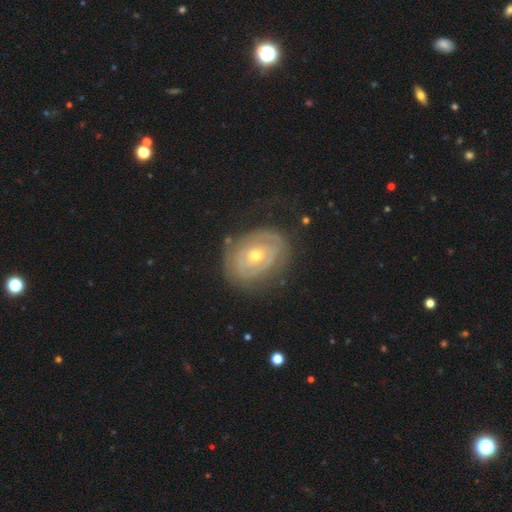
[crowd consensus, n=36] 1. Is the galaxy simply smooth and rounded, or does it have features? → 94% featured or disk, 6% smooth, 0% star or artifact.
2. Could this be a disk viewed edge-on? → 94% no, 6% yes.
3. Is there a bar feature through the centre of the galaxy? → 84% no, 16% weak, 0% strong.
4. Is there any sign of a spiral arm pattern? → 72% yes, 28% no.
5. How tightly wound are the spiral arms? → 65% tight, 22% medium, 13% loose.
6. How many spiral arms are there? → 48% can't tell, 26% 2, 17% 3, 4% 1, 4% 4, 0% more than 4.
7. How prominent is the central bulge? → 59% moderate, 41% small, 0% dominant, 0% large, 0% none.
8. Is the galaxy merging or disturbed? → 81% none, 11% major disturbance, 8% minor disturbance, 0% merger.